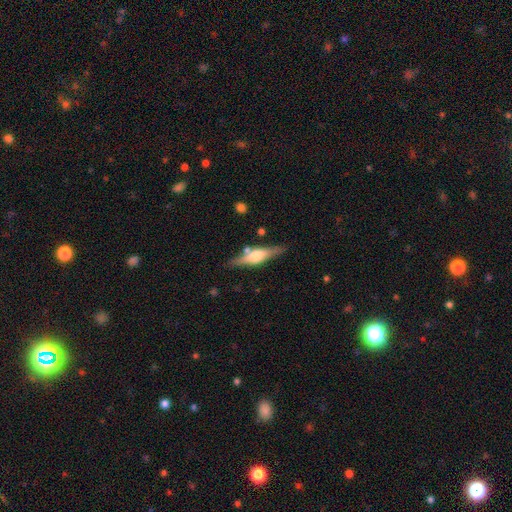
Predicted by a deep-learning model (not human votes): A featured or disk galaxy (64%) viewed edge-on (95%) with a rounded central bulge (86%). Merging: none (78%).